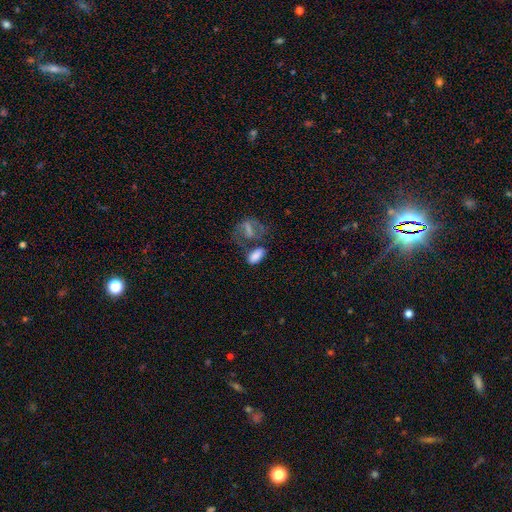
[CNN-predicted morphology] smooth-or-featured: smooth: 78% | featured or disk: 12% | star or artifact: 10%
  how-rounded: in between: 90% | round: 5% | cigar-shaped: 5%
  merging: none: 41% | merger: 30% | minor disturbance: 16% | major disturbance: 13%